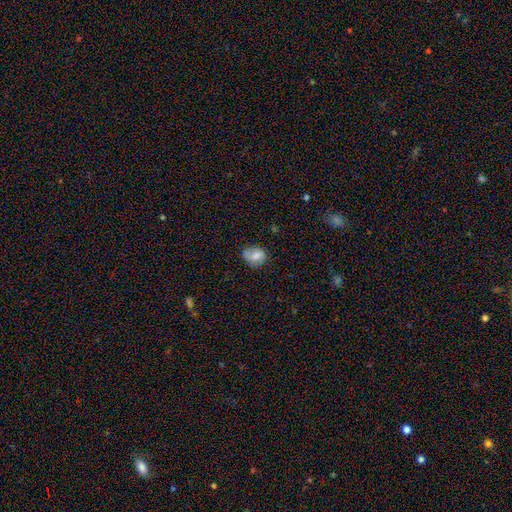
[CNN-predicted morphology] smooth-or-featured: smooth: 69% | featured or disk: 22% | star or artifact: 9%
  how-rounded: round: 54% | in between: 46% | cigar-shaped: 1%
  merging: none: 59% | minor disturbance: 29% | major disturbance: 9% | merger: 3%